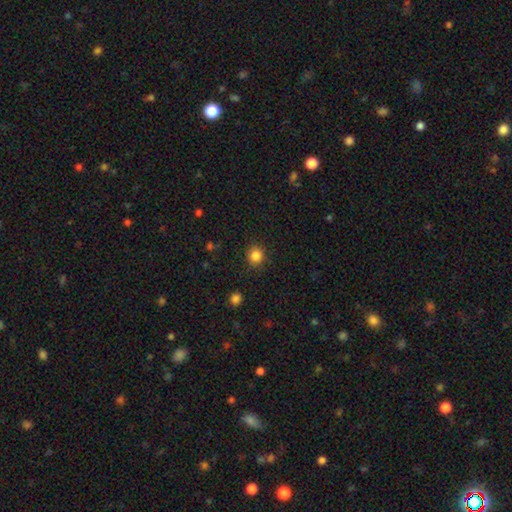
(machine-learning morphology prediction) Smooth or featured? Predicted: smooth (p=0.84). How rounded? Predicted: round (p=0.89). Merging? Predicted: none (p=0.89).